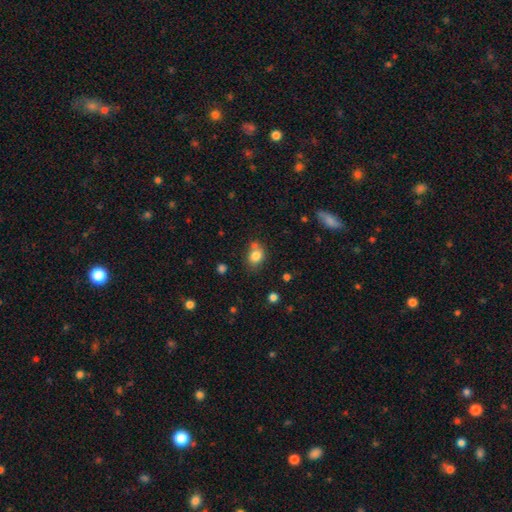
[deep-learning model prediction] The model was most divided on "how rounded": in between: 52%, round: 46%, cigar-shaped: 1%. More confident: smooth or featured — smooth (81%); merging — none (57%).